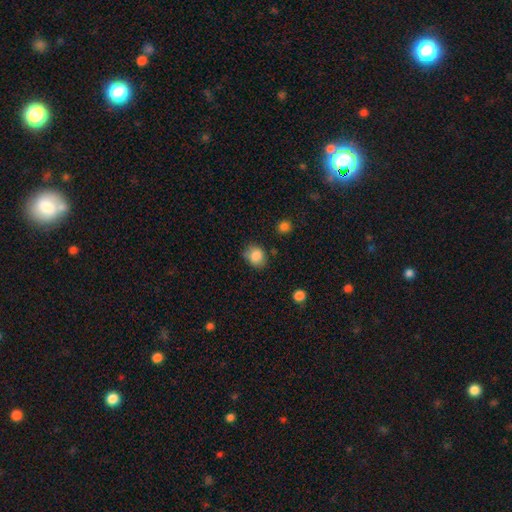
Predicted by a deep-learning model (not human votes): Smooth or featured? Predicted: smooth (p=0.85). How rounded? Predicted: round (p=0.57). Merging? Predicted: none (p=0.72).